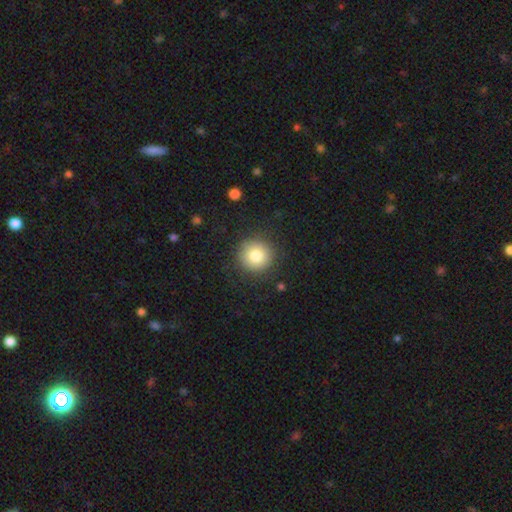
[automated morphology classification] smooth 81%, star or artifact 10%, featured or disk 9%. Down the decision tree: how rounded — round (95%); merging — none (88%).